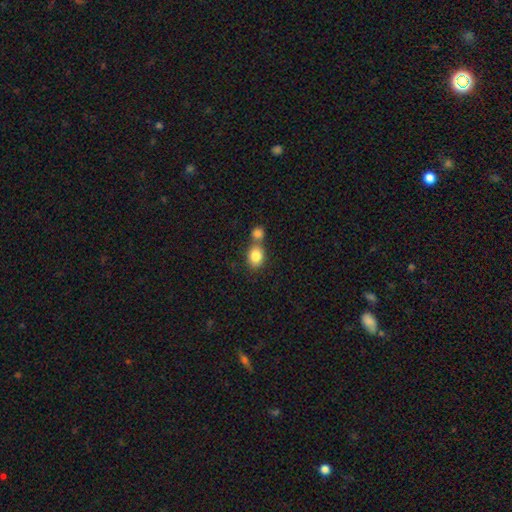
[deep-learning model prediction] Q: Smooth or featured?
A: smooth (84%); runner-up: star or artifact (8%)
Q: How rounded?
A: in between (50%); runner-up: round (48%)
Q: Merging?
A: merger (45%); runner-up: none (43%)